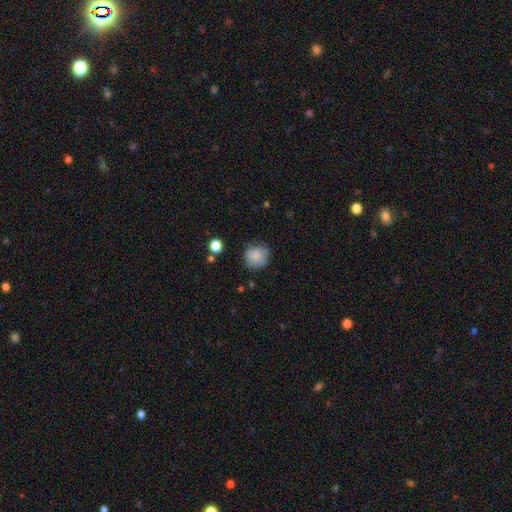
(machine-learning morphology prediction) smooth-or-featured: smooth: 83% | star or artifact: 9% | featured or disk: 8%
  how-rounded: round: 89% | in between: 10% | cigar-shaped: 1%
  merging: none: 73% | minor disturbance: 19% | major disturbance: 5% | merger: 2%